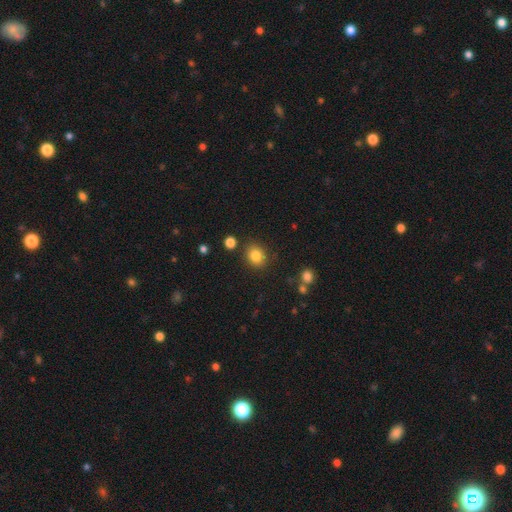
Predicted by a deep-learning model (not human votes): Overall: smooth (84%). How rounded: round (70%). Merging: none (85%).